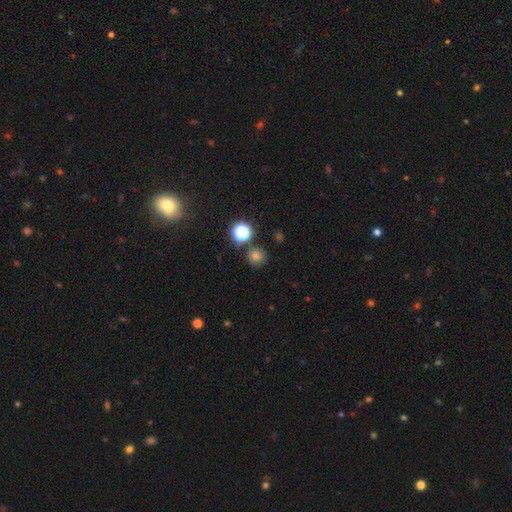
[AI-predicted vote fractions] Smooth or featured: smooth — 62% (star or artifact — 31%)
How rounded: round — 92% (in between — 7%)
Merging: none — 83% (minor disturbance — 8%)